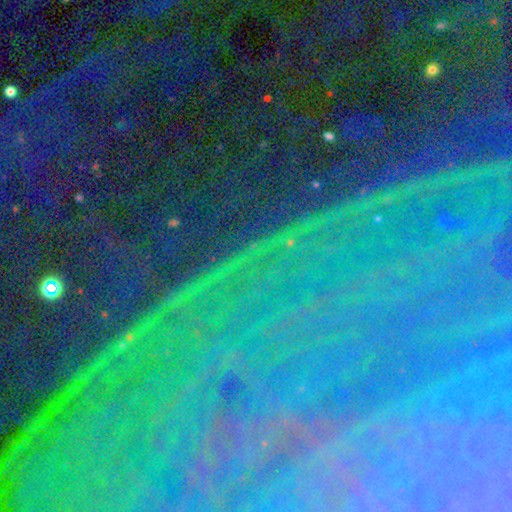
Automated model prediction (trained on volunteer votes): Smooth or featured?
  - star or artifact: 87% *
  - featured or disk: 7%
  - smooth: 6%